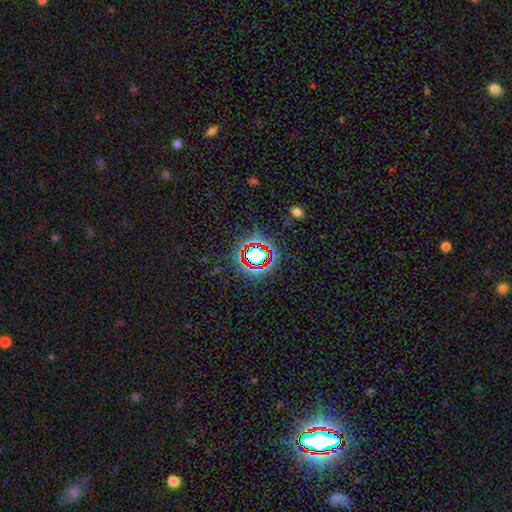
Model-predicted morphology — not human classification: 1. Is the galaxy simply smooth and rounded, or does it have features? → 68% star or artifact, 21% smooth, 11% featured or disk.